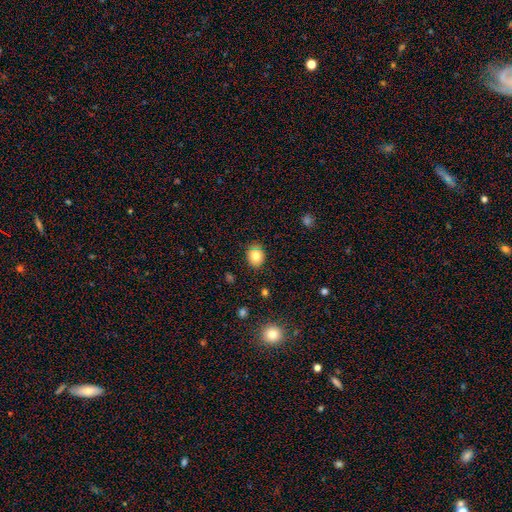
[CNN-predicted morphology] Smooth or featured?
  - smooth: 79% *
  - featured or disk: 11%
  - star or artifact: 10%
How rounded?
  - round: 53% *
  - in between: 46%
  - cigar-shaped: 1%
Merging?
  - none: 84% *
  - minor disturbance: 12%
  - major disturbance: 3%
  - merger: 1%